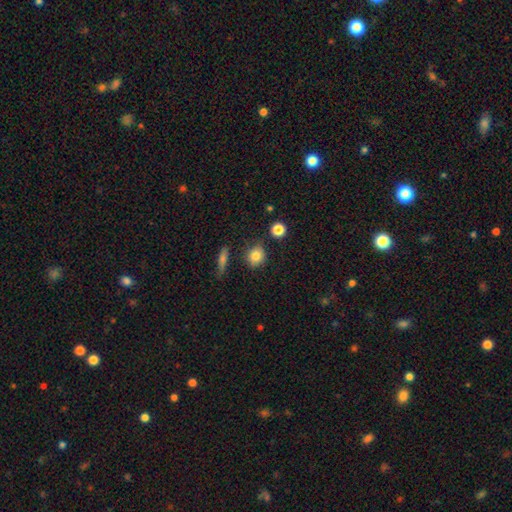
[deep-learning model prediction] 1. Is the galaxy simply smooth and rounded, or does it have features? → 82% smooth, 10% star or artifact, 8% featured or disk.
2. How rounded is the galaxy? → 75% round, 23% in between, 2% cigar-shaped.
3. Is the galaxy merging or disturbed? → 81% none, 12% minor disturbance, 4% merger, 3% major disturbance.